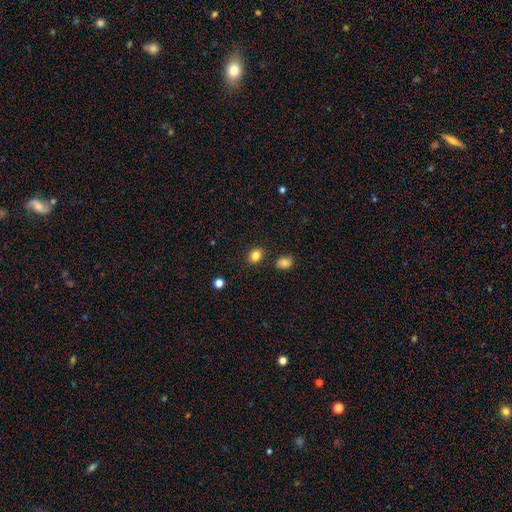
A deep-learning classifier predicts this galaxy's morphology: Smooth or featured? smooth (83%)
How rounded? round (55%)
Merging? none (84%)